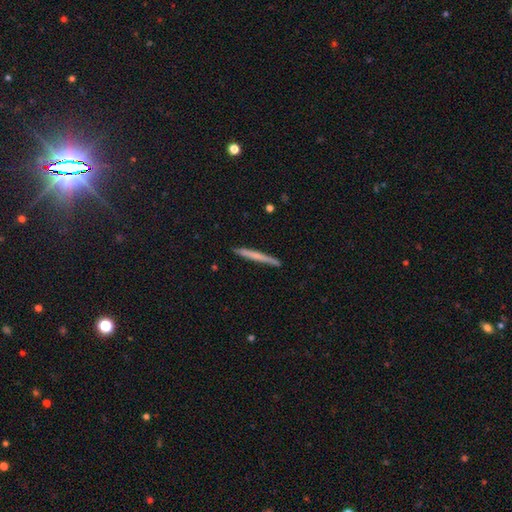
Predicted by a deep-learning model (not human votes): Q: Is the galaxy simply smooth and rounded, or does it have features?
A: smooth — 59%.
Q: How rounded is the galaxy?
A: cigar-shaped — 97%.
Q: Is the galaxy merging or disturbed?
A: none — 90%.